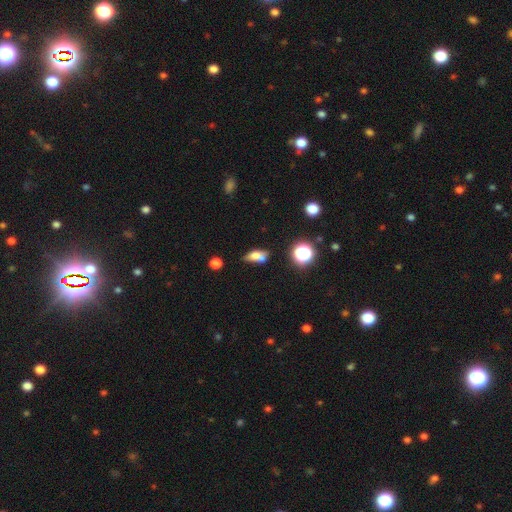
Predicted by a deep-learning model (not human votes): Smooth or featured?
  - smooth: 65% *
  - featured or disk: 23%
  - star or artifact: 13%
How rounded?
  - in between: 71% *
  - cigar-shaped: 19%
  - round: 11%
Merging?
  - none: 46% *
  - minor disturbance: 25%
  - merger: 20%
  - major disturbance: 9%